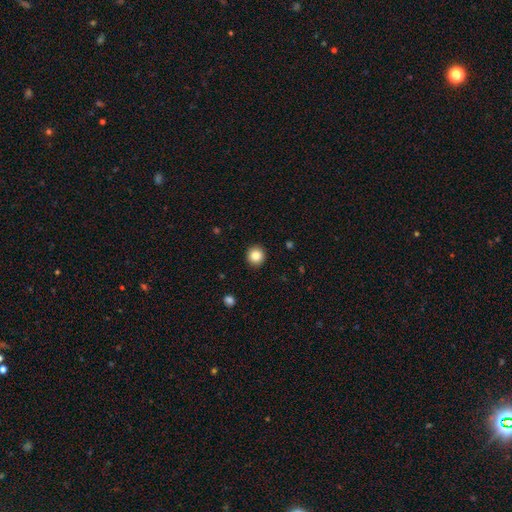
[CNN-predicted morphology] smooth-or-featured: smooth: 85% | star or artifact: 10% | featured or disk: 5%
  how-rounded: round: 93% | in between: 6% | cigar-shaped: 1%
  merging: none: 92% | minor disturbance: 5% | major disturbance: 2% | merger: 1%